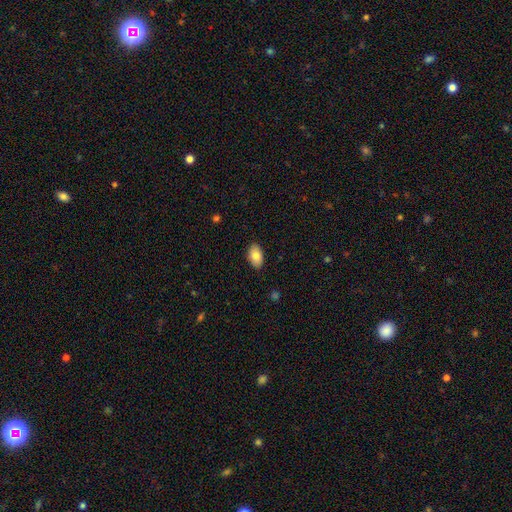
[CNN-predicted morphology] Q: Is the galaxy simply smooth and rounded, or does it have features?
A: smooth — 82%.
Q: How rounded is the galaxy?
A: in between — 93%.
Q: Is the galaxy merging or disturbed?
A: none — 87%.